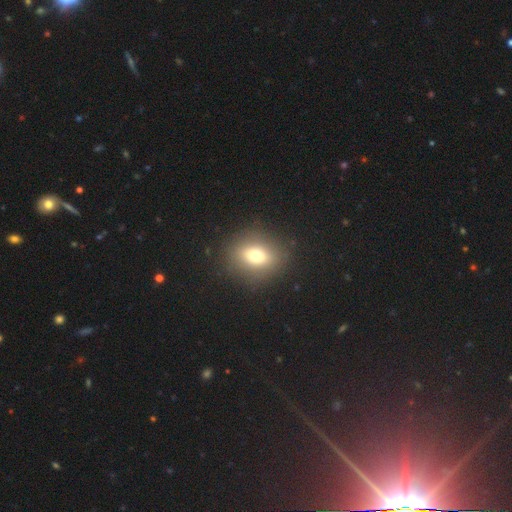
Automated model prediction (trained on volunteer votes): Smooth or featured? Predicted: smooth (p=0.70). How rounded? Predicted: in between (p=0.51). Merging? Predicted: none (p=0.85).